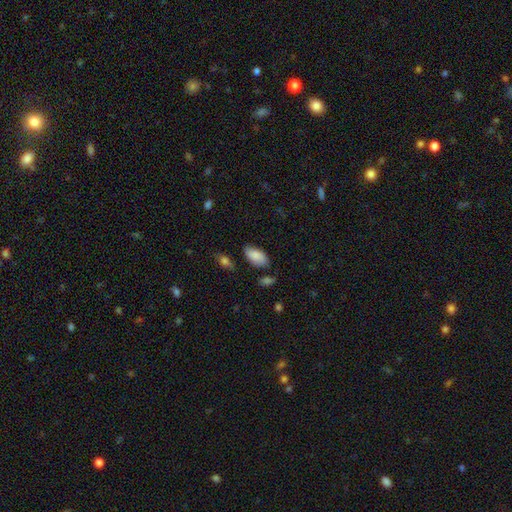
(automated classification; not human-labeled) Q: Smooth or featured?
A: smooth (84%); runner-up: featured or disk (9%)
Q: How rounded?
A: in between (94%); runner-up: round (3%)
Q: Merging?
A: none (68%); runner-up: minor disturbance (23%)